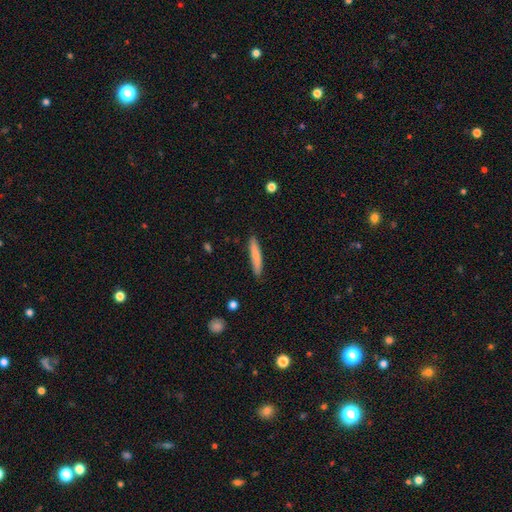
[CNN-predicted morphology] type=smooth (77%); roundness=cigar-shaped (92%); merging=none (87%).